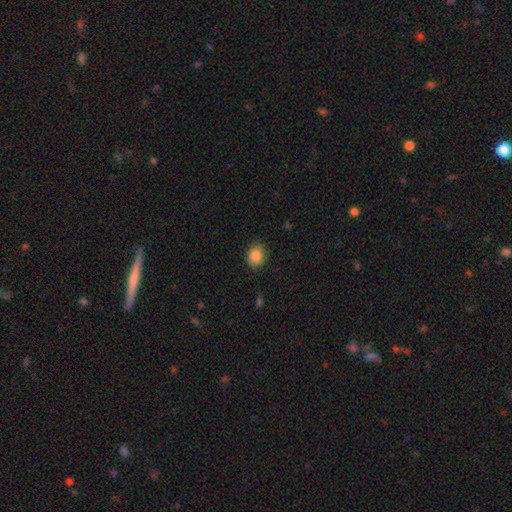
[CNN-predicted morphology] This is clearly a smooth galaxy (88%). How rounded: possibly round (59%). Merging: clearly none (86%).